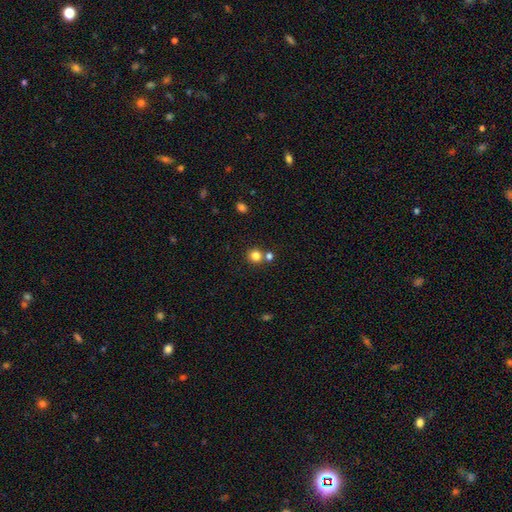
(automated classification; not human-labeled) Smooth or featured? smooth (82%)
How rounded? round (89%)
Merging? none (69%)